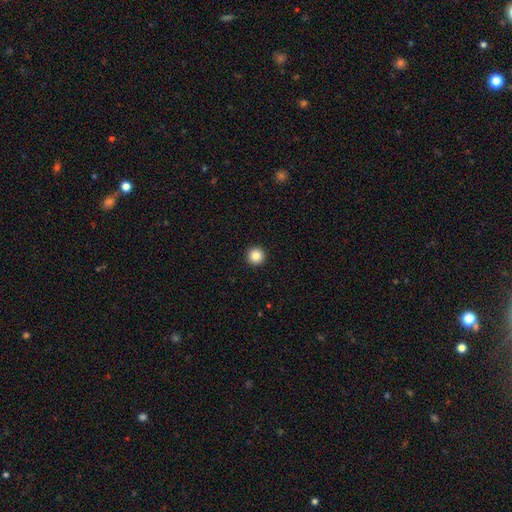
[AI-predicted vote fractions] Smooth or featured?
  - smooth: 86% *
  - star or artifact: 10%
  - featured or disk: 4%
How rounded?
  - round: 97% *
  - in between: 2%
  - cigar-shaped: 1%
Merging?
  - none: 94% *
  - minor disturbance: 3%
  - major disturbance: 1%
  - merger: 1%